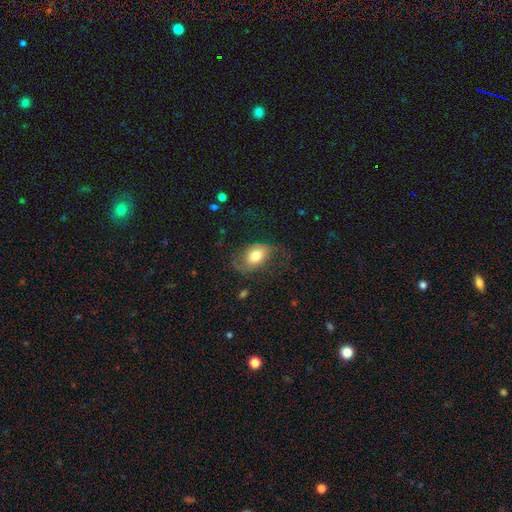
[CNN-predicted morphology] smooth-or-featured: smooth: 67% | featured or disk: 26% | star or artifact: 7%
  how-rounded: in between: 86% | round: 12% | cigar-shaped: 2%
  merging: none: 51% | minor disturbance: 25% | major disturbance: 23% | merger: 2%